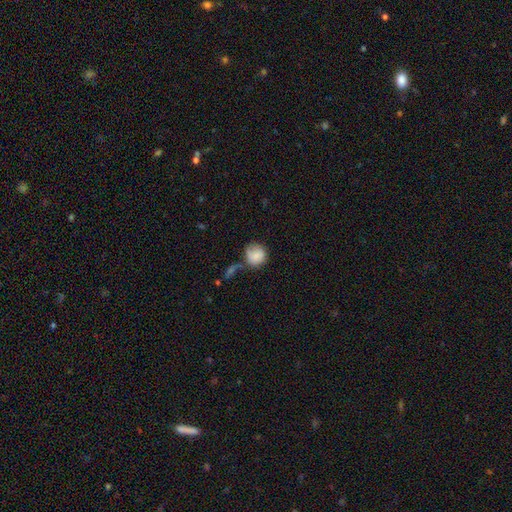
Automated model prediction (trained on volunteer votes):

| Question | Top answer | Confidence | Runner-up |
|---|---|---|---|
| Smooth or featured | smooth | 80% | featured or disk (12%) |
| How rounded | round | 82% | in between (17%) |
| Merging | none | 47% | minor disturbance (27%) |